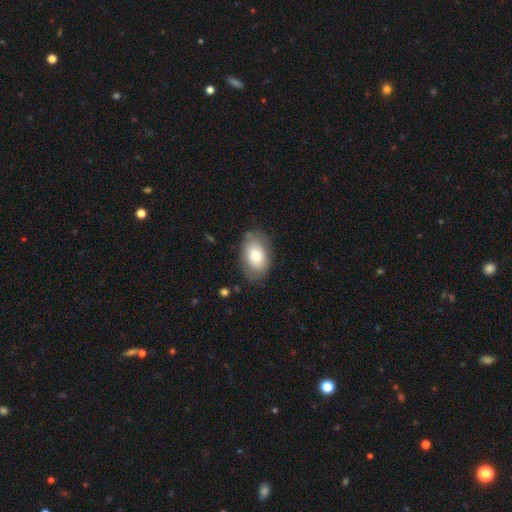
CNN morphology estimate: smooth_or_featured: smooth (p=0.76) [alt: featured or disk p=0.17]
how_rounded: in between (p=0.90) [alt: round p=0.09]
merging: none (p=0.77) [alt: minor disturbance p=0.17]